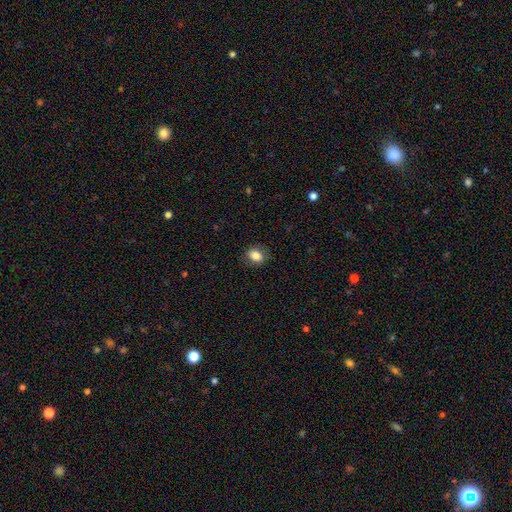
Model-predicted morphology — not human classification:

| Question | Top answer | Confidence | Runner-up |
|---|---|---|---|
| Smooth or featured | smooth | 82% | featured or disk (9%) |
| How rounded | in between | 58% | round (41%) |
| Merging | none | 81% | minor disturbance (14%) |